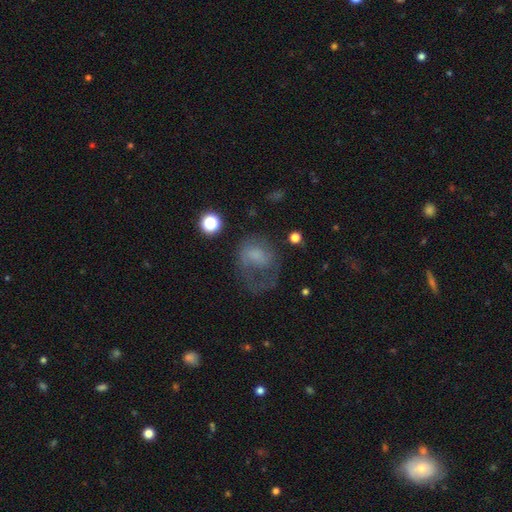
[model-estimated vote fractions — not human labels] This appears to be a smooth galaxy with no disk features (47%). Merging: major disturbance (49%).